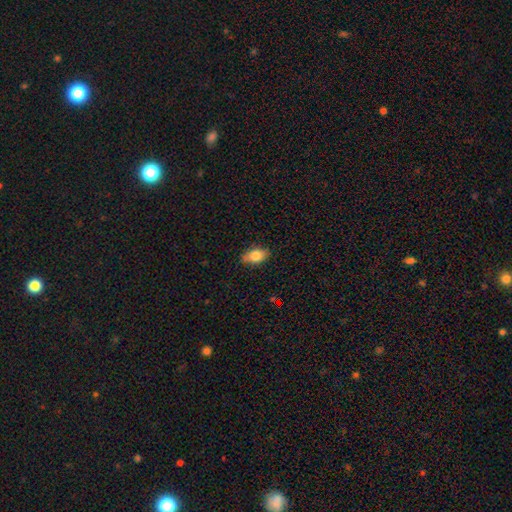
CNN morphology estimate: Q: Smooth or featured?
A: smooth (79%); runner-up: featured or disk (13%)
Q: How rounded?
A: in between (89%); runner-up: round (8%)
Q: Merging?
A: none (84%); runner-up: minor disturbance (13%)